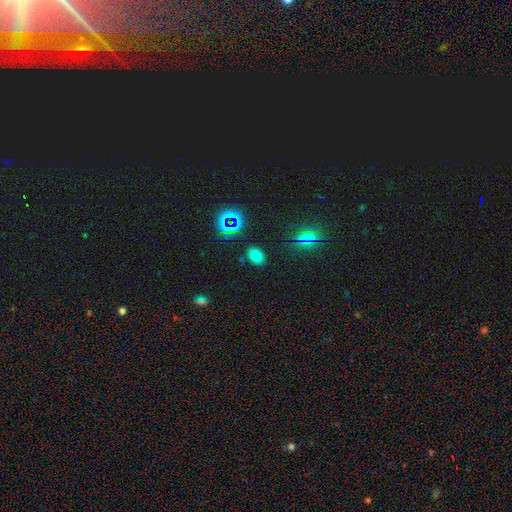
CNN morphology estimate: type=smooth (66%); roundness=in between (76%); merging=none (84%).